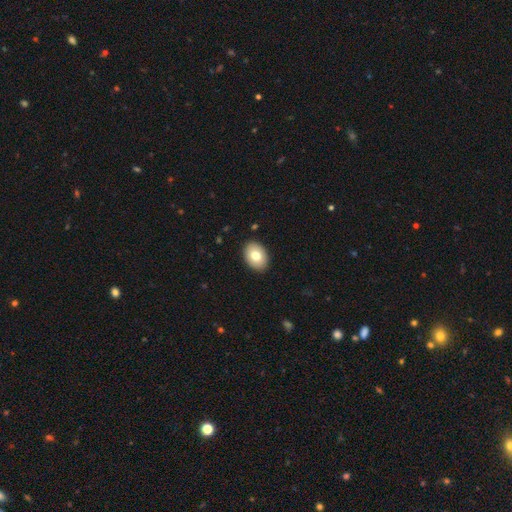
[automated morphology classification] A smooth galaxy with no disk features (77%) that is in between round and cigar-shaped (79%). Merging: none (90%).